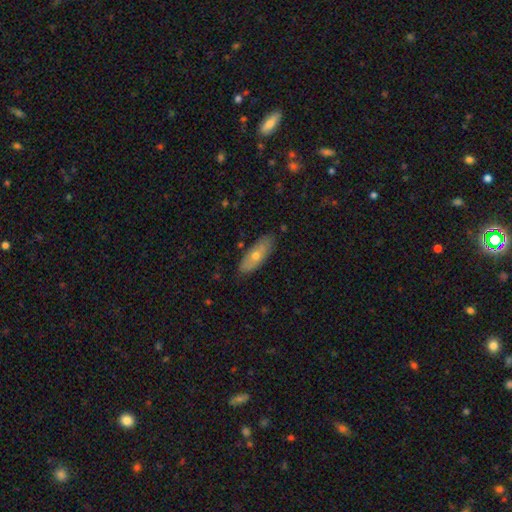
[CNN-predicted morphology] The model was most divided on "smooth or featured": smooth: 54%, featured or disk: 39%, star or artifact: 7%. More confident: merging — none (84%); how rounded — in between (68%).